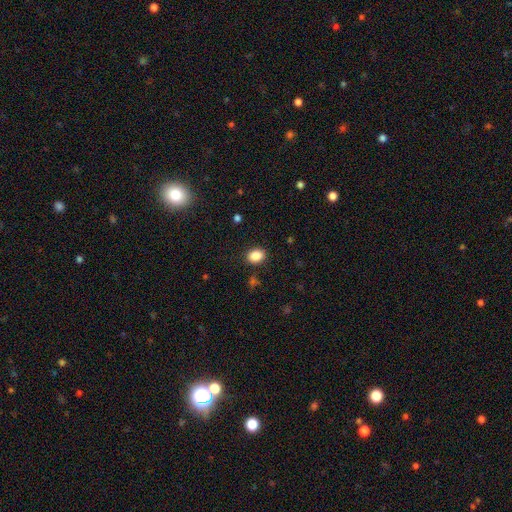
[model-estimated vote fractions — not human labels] smooth_or_featured: smooth (p=0.87) [alt: star or artifact p=0.09]
how_rounded: in between (p=0.58) [alt: round p=0.41]
merging: none (p=0.87) [alt: minor disturbance p=0.09]